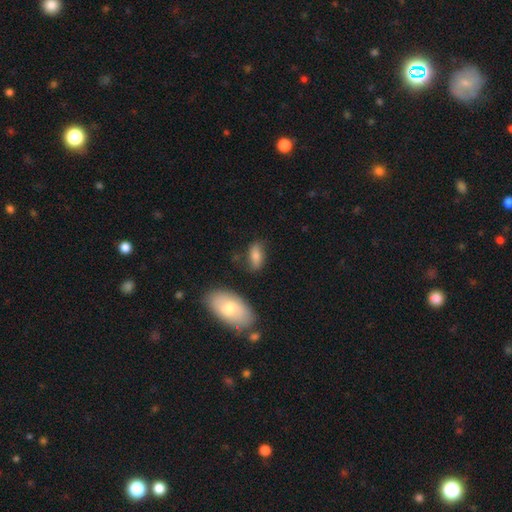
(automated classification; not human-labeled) Smooth or featured?
  - smooth: 72% *
  - featured or disk: 20%
  - star or artifact: 8%
How rounded?
  - in between: 86% *
  - cigar-shaped: 8%
  - round: 6%
Merging?
  - none: 68% *
  - minor disturbance: 21%
  - major disturbance: 6%
  - merger: 5%